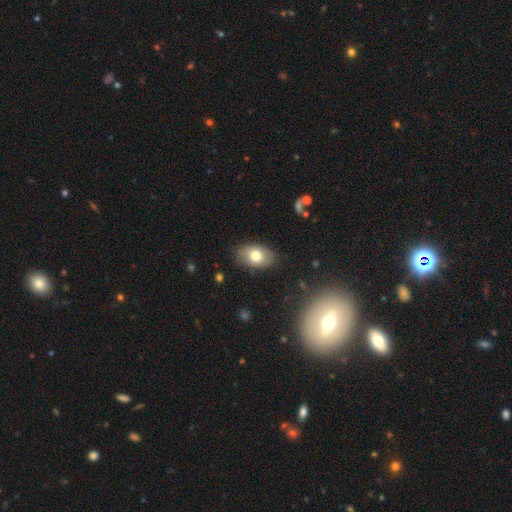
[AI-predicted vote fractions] The model was most divided on "smooth or featured": smooth: 75%, featured or disk: 16%, star or artifact: 9%. More confident: how rounded — in between (86%); merging — none (83%).